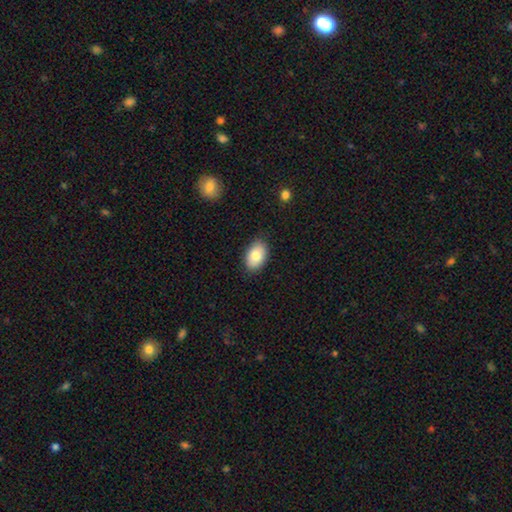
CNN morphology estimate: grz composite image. It shows a smooth galaxy with no disk features (81%) that is in between round and cigar-shaped (91%). Merging: none (85%).